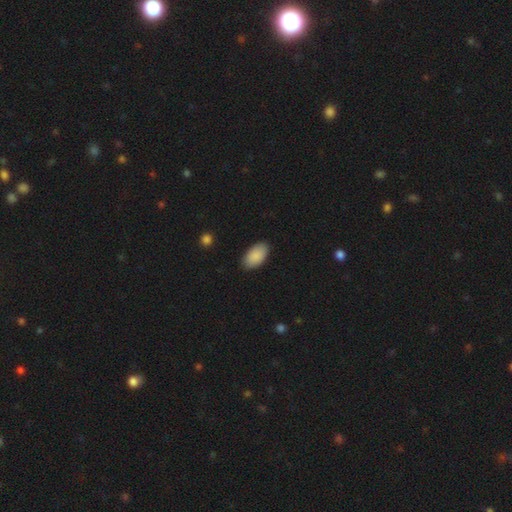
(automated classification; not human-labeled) Smooth or featured? smooth (90%)
How rounded? in between (96%)
Merging? none (87%)